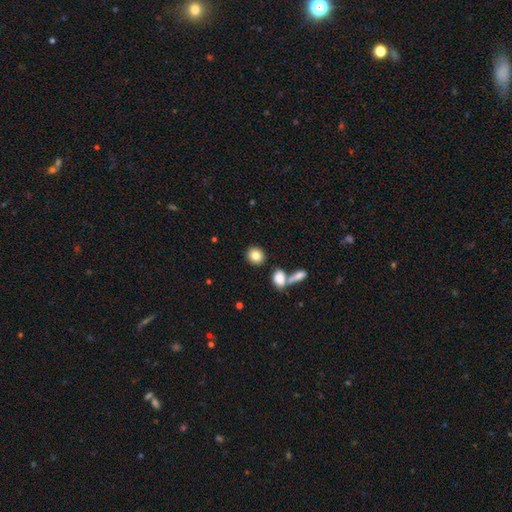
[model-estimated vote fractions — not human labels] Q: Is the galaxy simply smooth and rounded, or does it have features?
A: smooth — 83%.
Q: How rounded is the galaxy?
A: round — 78%.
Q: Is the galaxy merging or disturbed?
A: none — 80%.